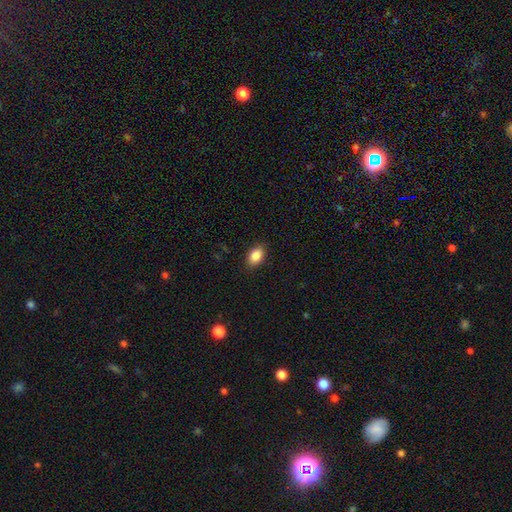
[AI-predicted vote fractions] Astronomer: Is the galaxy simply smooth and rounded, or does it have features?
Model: smooth — 87%.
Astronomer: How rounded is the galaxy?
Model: in between — 87%.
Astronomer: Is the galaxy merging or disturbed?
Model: none — 88%.